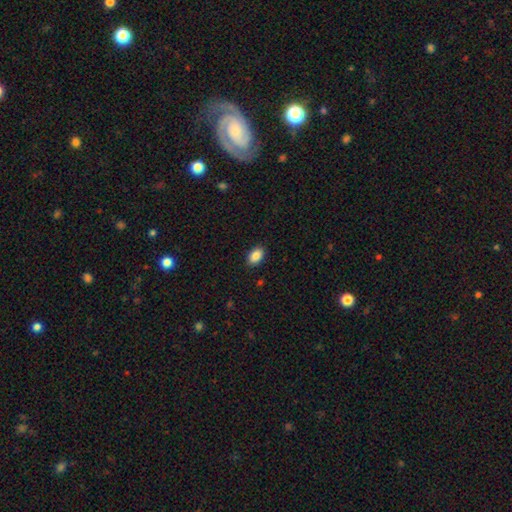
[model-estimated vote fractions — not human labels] This is clearly a smooth galaxy (87%). How rounded: clearly in between (90%). Merging: clearly none (89%).